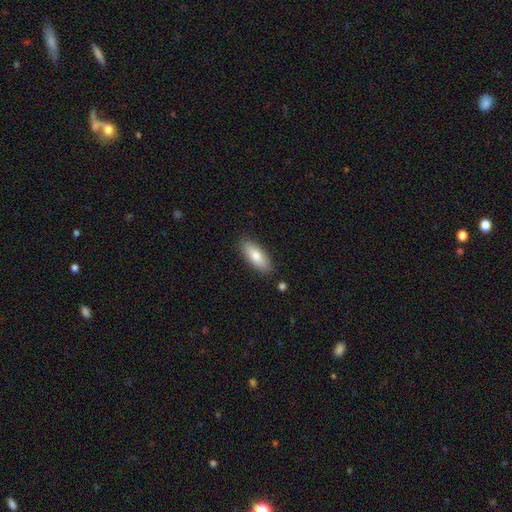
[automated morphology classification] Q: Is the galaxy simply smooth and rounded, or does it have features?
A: smooth — 79%.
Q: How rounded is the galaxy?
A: in between — 75%.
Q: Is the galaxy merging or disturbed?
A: none — 85%.